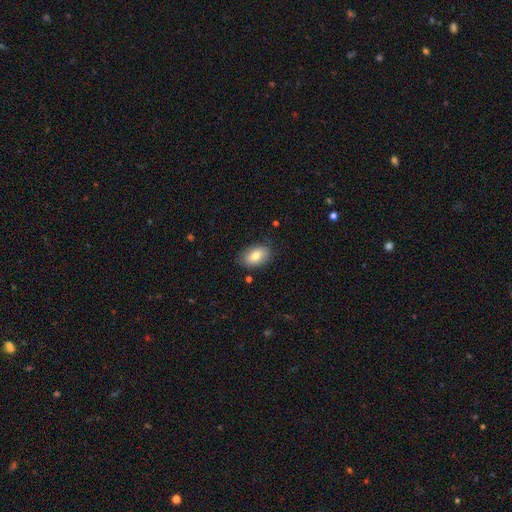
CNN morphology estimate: Smooth or featured?
  - smooth: 77% *
  - featured or disk: 15%
  - star or artifact: 7%
How rounded?
  - in between: 90% *
  - round: 8%
  - cigar-shaped: 2%
Merging?
  - none: 82% *
  - minor disturbance: 14%
  - major disturbance: 3%
  - merger: 1%